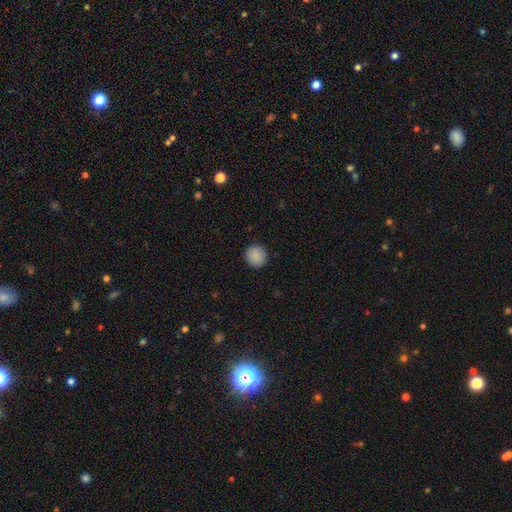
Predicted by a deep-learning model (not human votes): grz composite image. It shows a smooth galaxy with no disk features (89%) that is round (94%). Merging: none (92%).